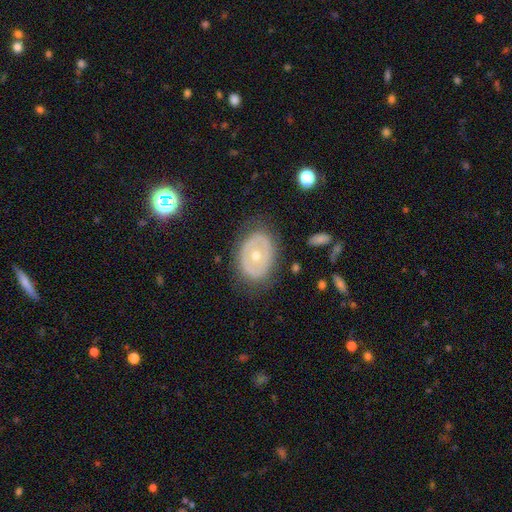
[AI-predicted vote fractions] A featured or disk galaxy (59%) with no bar (85%), no spiral arms (82%) and a moderate central bulge (50%). Merging: none (76%).